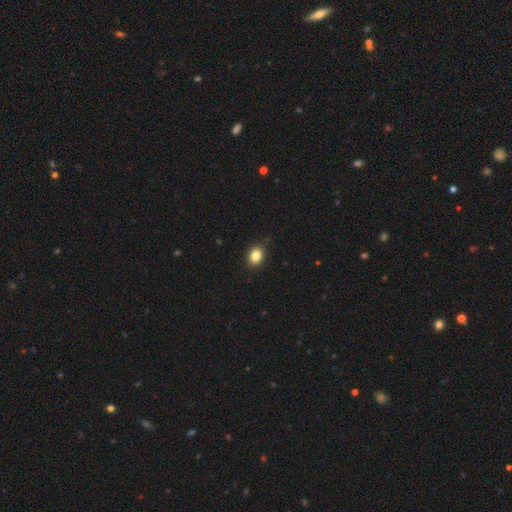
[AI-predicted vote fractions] Overall: smooth (85%). How rounded: in between (63%; round 36%). Merging: none (88%).